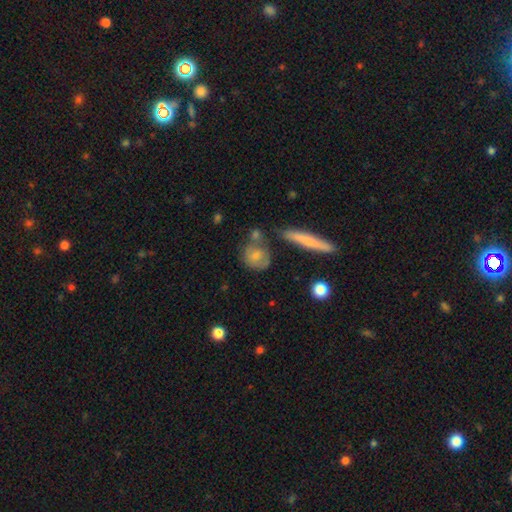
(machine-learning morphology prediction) Smooth or featured?
  - smooth: 64% *
  - featured or disk: 27%
  - star or artifact: 8%
How rounded?
  - round: 62% *
  - in between: 31%
  - cigar-shaped: 7%
Merging?
  - none: 52% *
  - minor disturbance: 20%
  - merger: 19%
  - major disturbance: 9%